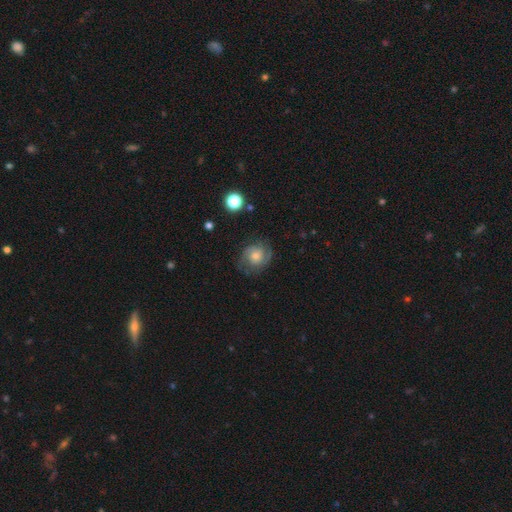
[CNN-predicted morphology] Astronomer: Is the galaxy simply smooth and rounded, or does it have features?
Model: featured or disk — 71%.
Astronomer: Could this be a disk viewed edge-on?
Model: no — 98%.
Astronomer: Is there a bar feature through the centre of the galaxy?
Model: no — 73%.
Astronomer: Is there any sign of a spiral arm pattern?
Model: yes — 93%.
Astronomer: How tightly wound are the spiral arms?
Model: tight — 48% (runner-up: medium, 41%).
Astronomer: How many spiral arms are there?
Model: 2 — 64%.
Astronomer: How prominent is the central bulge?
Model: moderate — 55% (runner-up: small, 32%).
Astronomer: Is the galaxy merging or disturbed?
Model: none — 77%.